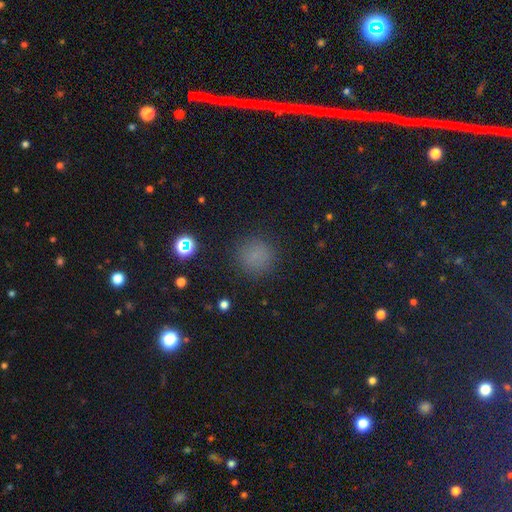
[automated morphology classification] Smooth or featured?
  - smooth: 74% *
  - star or artifact: 21%
  - featured or disk: 5%
How rounded?
  - round: 94% *
  - in between: 5%
  - cigar-shaped: 1%
Merging?
  - none: 88% *
  - minor disturbance: 8%
  - major disturbance: 3%
  - merger: 1%